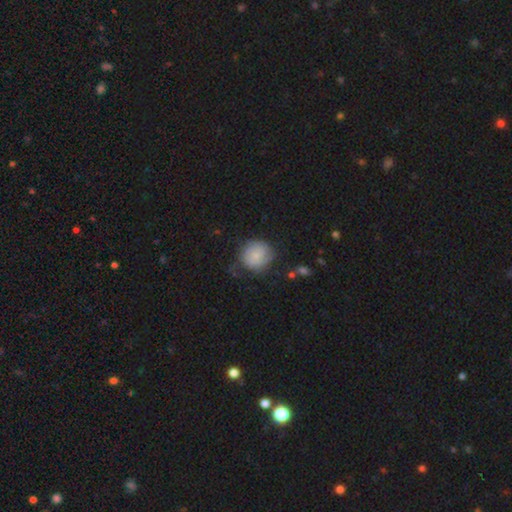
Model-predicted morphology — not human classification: Smooth or featured: smooth — 61% (featured or disk — 31%)
How rounded: round — 86% (in between — 13%)
Merging: none — 62% (minor disturbance — 26%)